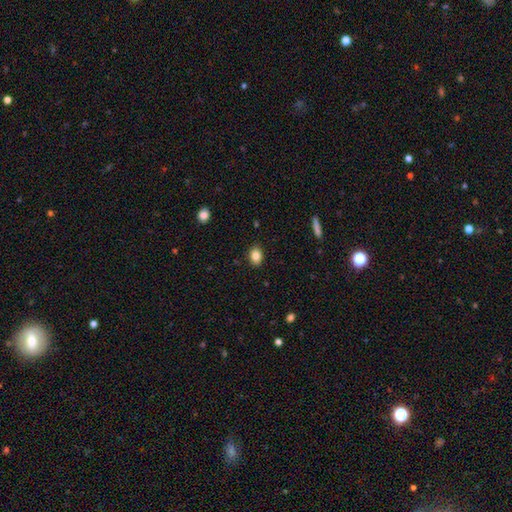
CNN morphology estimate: Smooth or featured? Predicted: smooth (p=0.85). How rounded? Predicted: in between (p=0.74). Merging? Predicted: none (p=0.87).